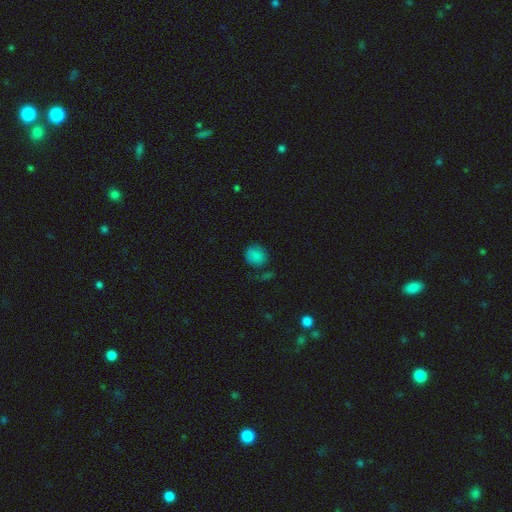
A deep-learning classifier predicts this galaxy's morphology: Smooth or featured? Predicted: smooth (p=0.80). How rounded? Predicted: round (p=0.74). Merging? Predicted: none (p=0.68).